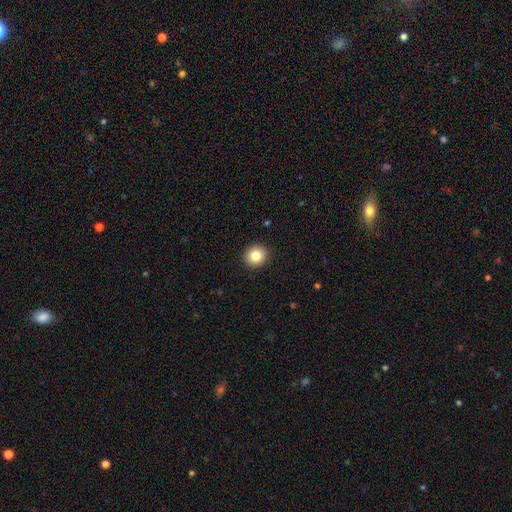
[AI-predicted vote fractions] Smooth or featured: smooth — 83% (star or artifact — 10%)
How rounded: round — 87% (in between — 12%)
Merging: none — 92% (minor disturbance — 5%)